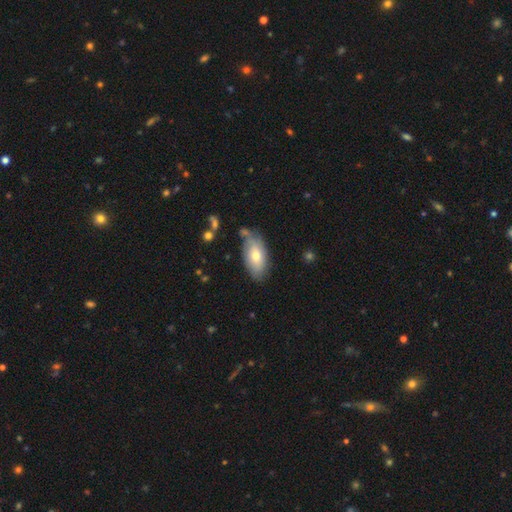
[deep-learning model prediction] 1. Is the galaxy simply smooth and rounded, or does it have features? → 69% smooth, 24% featured or disk, 7% star or artifact.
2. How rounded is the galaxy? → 91% in between, 5% cigar-shaped, 3% round.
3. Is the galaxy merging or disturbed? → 66% none, 22% minor disturbance, 7% merger, 5% major disturbance.